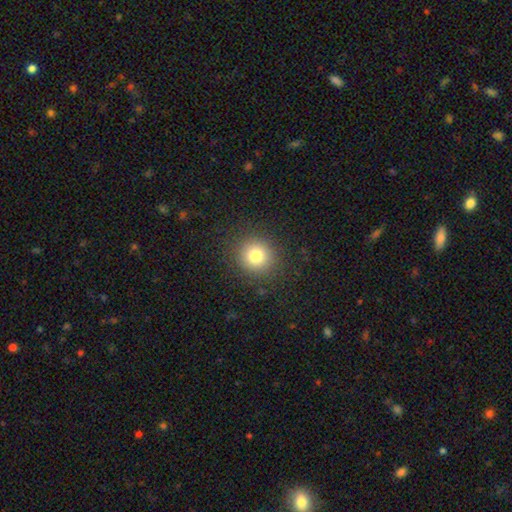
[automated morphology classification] smooth 79%, star or artifact 13%, featured or disk 8%. Down the decision tree: how rounded — round (92%); merging — none (89%).